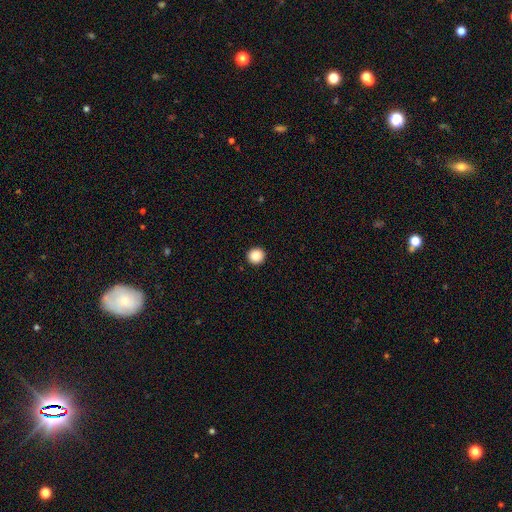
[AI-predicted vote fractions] A smooth galaxy with no disk features (88%) that is round (94%).

Vote fractions:
- Smooth or featured? smooth: 88% / star or artifact: 9% / featured or disk: 3%
- How rounded? round: 94% / in between: 5% / cigar-shaped: 1%
- Merging? none: 94% / minor disturbance: 4% / major disturbance: 1% / merger: 1%